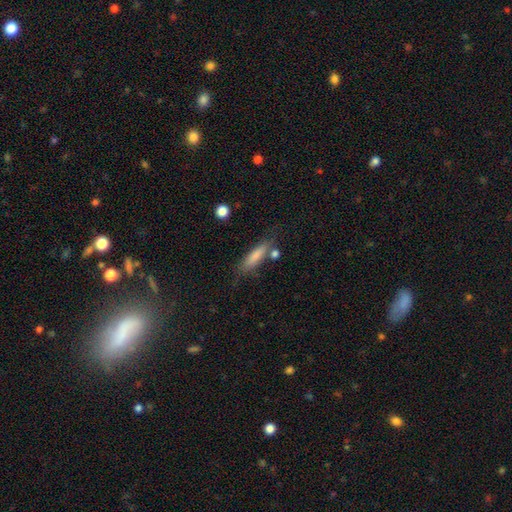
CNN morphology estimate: smooth-or-featured: smooth: 77% | featured or disk: 16% | star or artifact: 7%
  how-rounded: cigar-shaped: 72% | in between: 25% | round: 2%
  merging: none: 69% | minor disturbance: 17% | merger: 9% | major disturbance: 5%